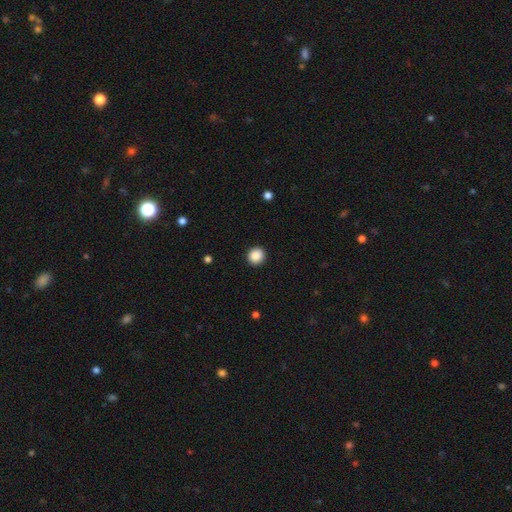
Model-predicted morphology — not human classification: Overall: smooth (88%). How rounded: round (91%). Merging: none (92%).